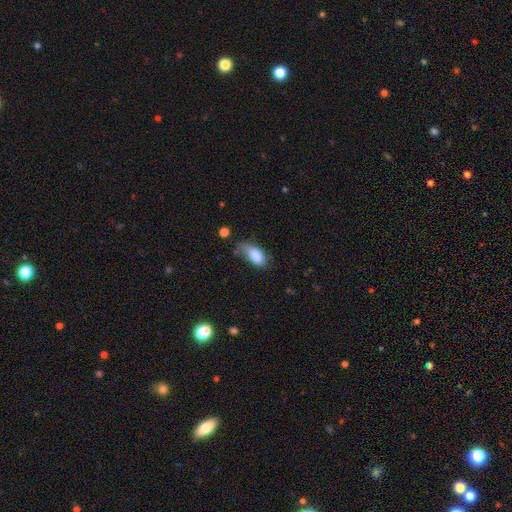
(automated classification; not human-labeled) Smooth or featured?
  - smooth: 83% *
  - featured or disk: 9%
  - star or artifact: 8%
How rounded?
  - in between: 90% *
  - cigar-shaped: 5%
  - round: 4%
Merging?
  - none: 40% *
  - minor disturbance: 38%
  - major disturbance: 17%
  - merger: 5%